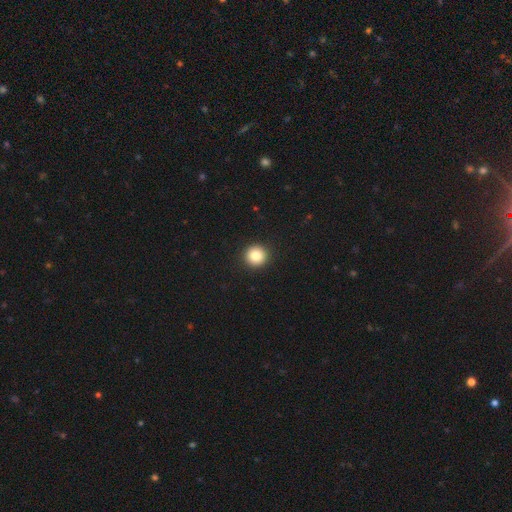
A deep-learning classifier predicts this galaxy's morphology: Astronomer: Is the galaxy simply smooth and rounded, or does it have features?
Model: smooth — 83%.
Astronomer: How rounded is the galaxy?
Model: round — 95%.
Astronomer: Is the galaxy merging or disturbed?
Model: none — 94%.